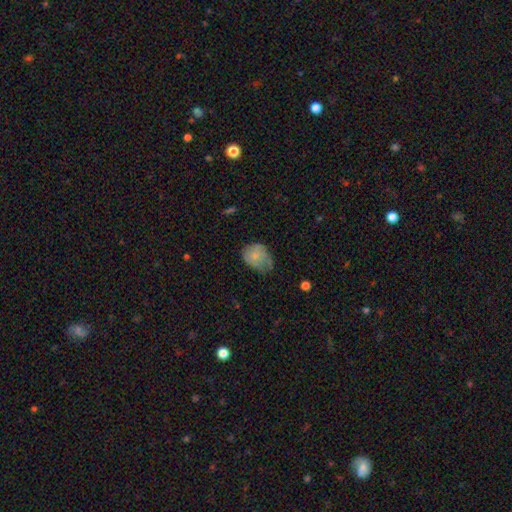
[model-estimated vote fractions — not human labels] This appears to be a smooth galaxy with no disk features (72%) that is in between round and cigar-shaped (63%). Merging: minor disturbance (43%).